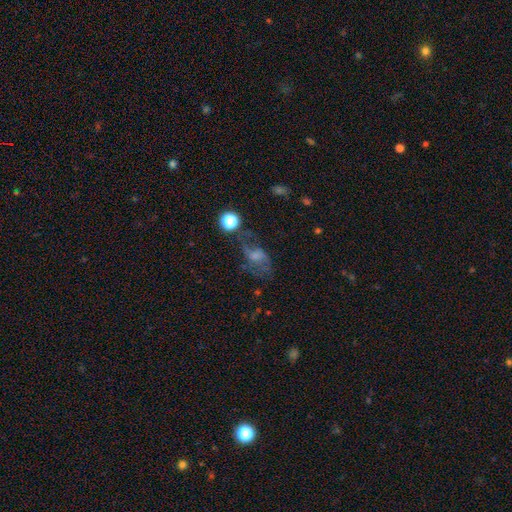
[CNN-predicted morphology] smooth-or-featured: featured or disk: 47% | smooth: 32% | star or artifact: 21%
  merging: none: 43% | major disturbance: 30% | minor disturbance: 21% | merger: 6%